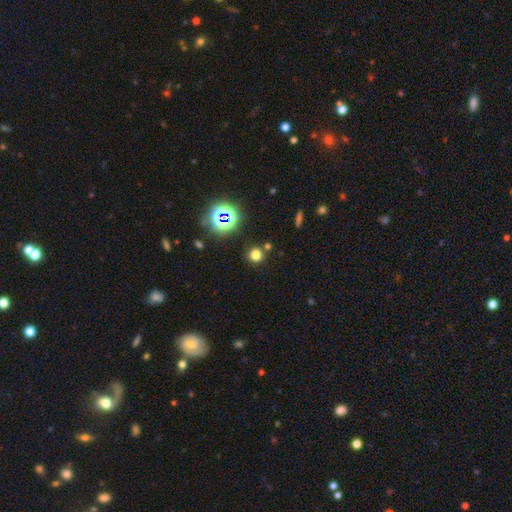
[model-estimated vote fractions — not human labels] The model was most divided on "smooth or featured": smooth: 69%, star or artifact: 24%, featured or disk: 6%. More confident: how rounded — round (88%); merging — none (81%).